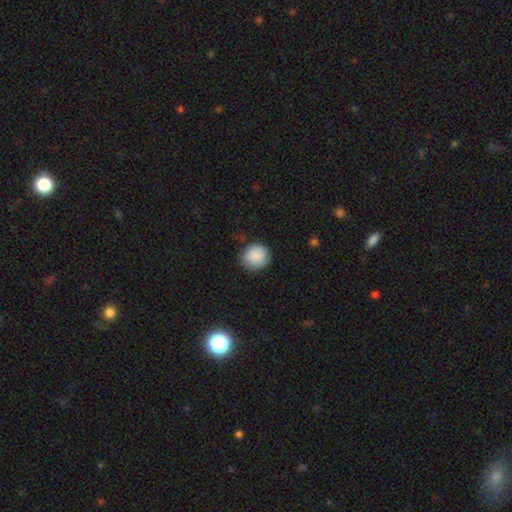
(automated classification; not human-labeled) The model was most divided on "merging": none: 83%, minor disturbance: 13%, major disturbance: 3%, merger: 1%. More confident: smooth or featured — smooth (89%); how rounded — round (86%).